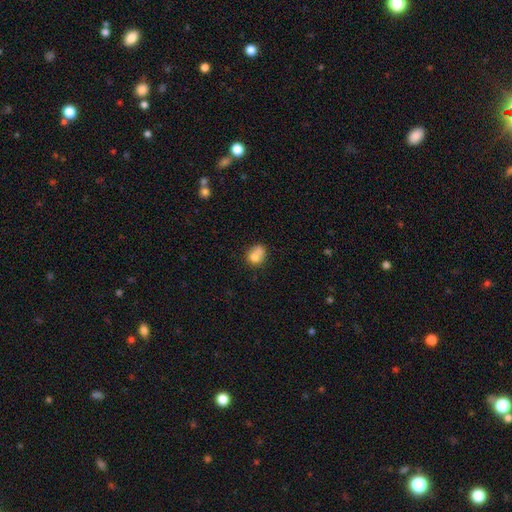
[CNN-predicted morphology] The model was most divided on "merging": merger: 54%, none: 31%, minor disturbance: 10%, major disturbance: 4%. More confident: smooth or featured — smooth (72%); how rounded — round (66%).